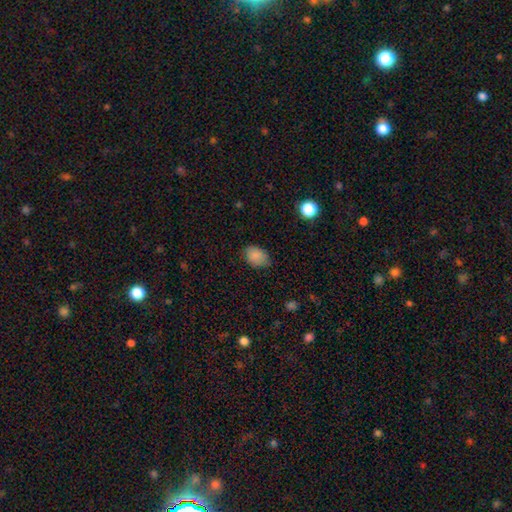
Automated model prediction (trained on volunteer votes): Smooth or featured? Predicted: smooth (p=0.87). How rounded? Predicted: in between (p=0.77). Merging? Predicted: none (p=0.77).